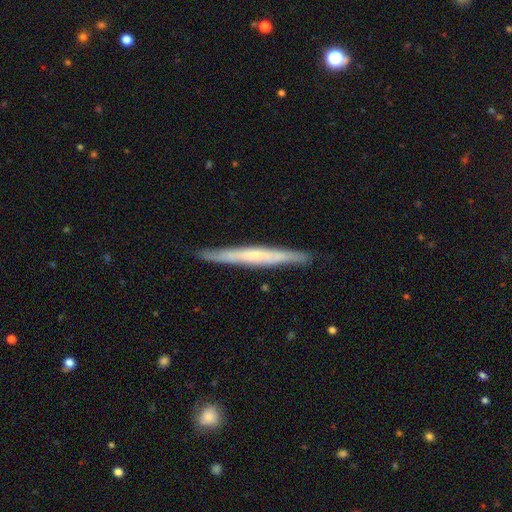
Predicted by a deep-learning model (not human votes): Smooth or featured: featured or disk — 56% (smooth — 39%)
Edge-on disk: yes — 95% (no — 5%)
Edge-on bulge: none — 70% (rounded — 21%)
Merging: none — 89% (minor disturbance — 8%)